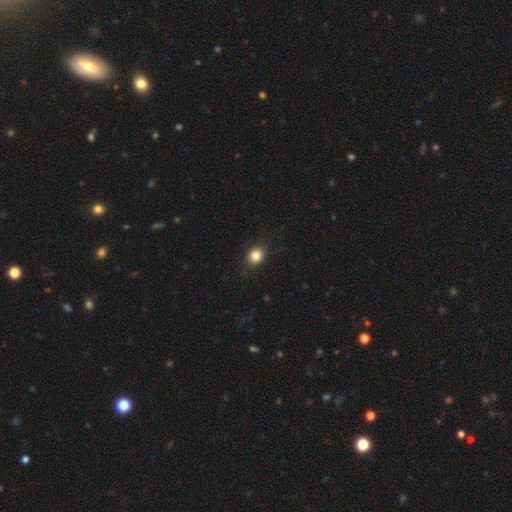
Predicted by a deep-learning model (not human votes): Morphology: type=smooth (84%); roundness=round (75%); merging=none (85%).